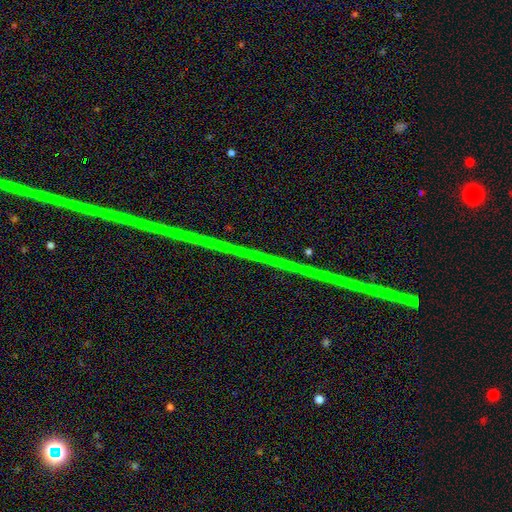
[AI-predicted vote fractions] Overall: star or artifact (79%).